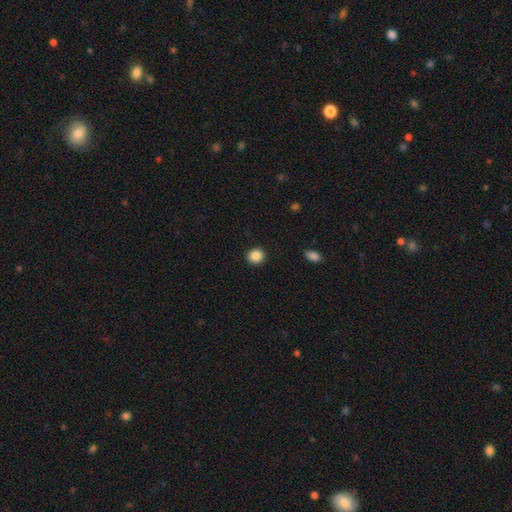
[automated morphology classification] This is clearly a smooth galaxy (88%). How rounded: clearly round (87%). Merging: clearly none (91%).